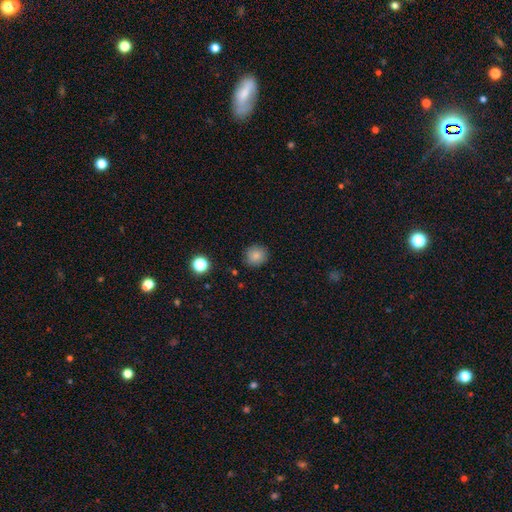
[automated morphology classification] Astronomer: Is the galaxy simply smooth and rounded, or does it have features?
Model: smooth — 84%.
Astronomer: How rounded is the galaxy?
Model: round — 84%.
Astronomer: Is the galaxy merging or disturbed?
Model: none — 87%.